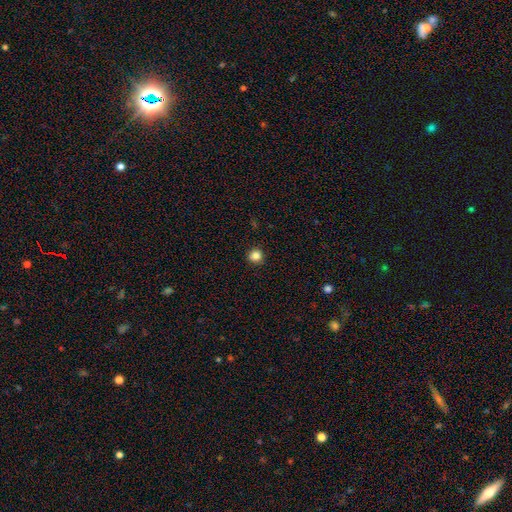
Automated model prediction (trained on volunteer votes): A smooth galaxy with no disk features (84%) that is round (92%). Merging: none (92%).